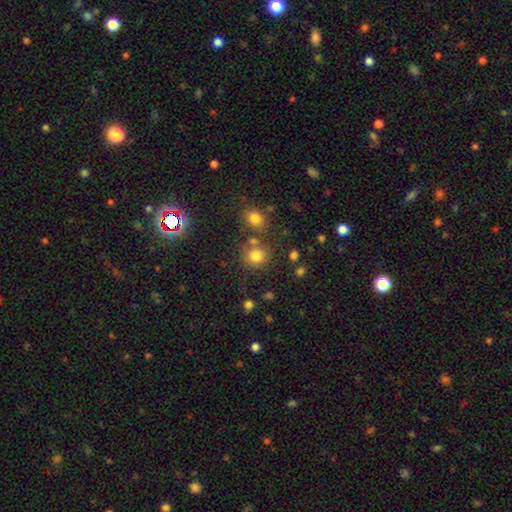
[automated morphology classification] Overall: smooth (79%). How rounded: round (87%). Merging: none (68%).